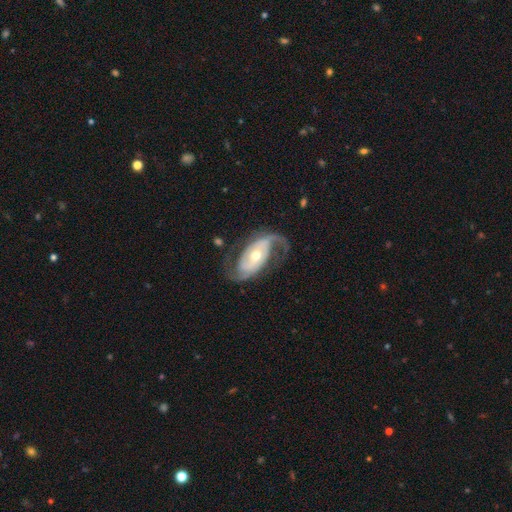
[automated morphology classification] type=featured or disk (88%); edge-on=no (96%); bar=no (51%); spiral arms=yes (96%); winding=medium (44%); arm count=2 (88%); bulge=moderate (63%); merging=none (68%).